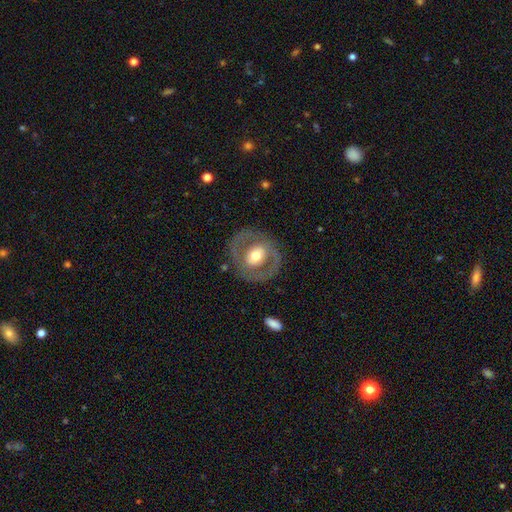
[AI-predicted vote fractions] Overall: featured or disk (64%; smooth 30%). Edge-on disk: no (95%). Bar: no (50%; weak 31%). Spiral arms: no (60%; yes 40%). Bulge size: moderate (66%). Merging: none (80%).